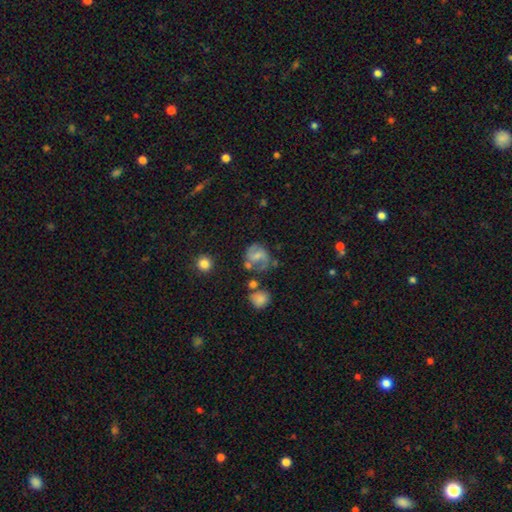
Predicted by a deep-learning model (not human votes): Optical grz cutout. It shows a featured or disk galaxy (57%) with a weak bar (47%), spiral arms (82%) and a small central bulge (41%). Merging: none (54%).